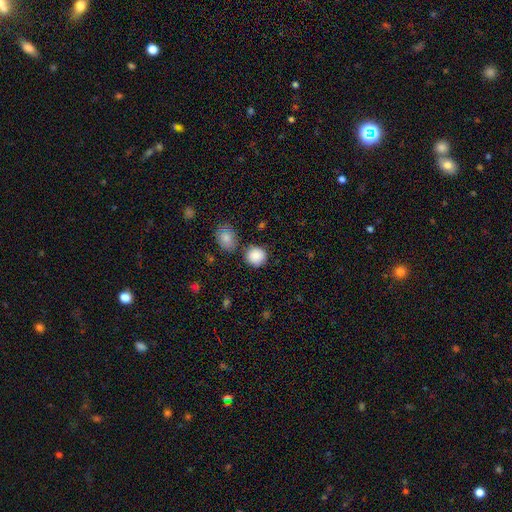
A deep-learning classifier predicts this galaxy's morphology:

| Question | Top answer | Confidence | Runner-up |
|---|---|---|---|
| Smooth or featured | smooth | 88% | star or artifact (8%) |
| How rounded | round | 86% | in between (13%) |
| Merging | none | 76% | minor disturbance (12%) |